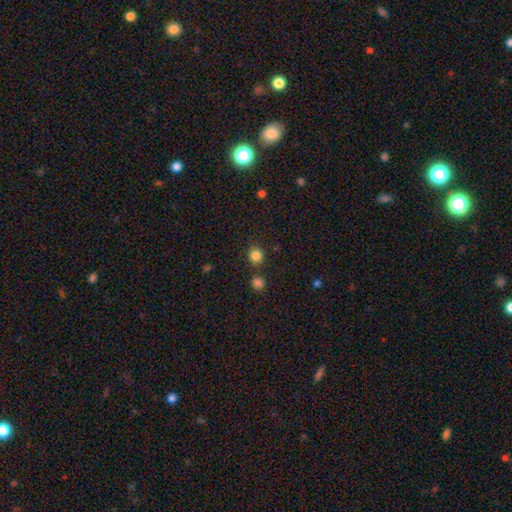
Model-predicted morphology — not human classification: smooth_or_featured: smooth (p=0.83) [alt: star or artifact p=0.13]
how_rounded: round (p=0.87) [alt: in between p=0.12]
merging: none (p=0.81) [alt: minor disturbance p=0.08]